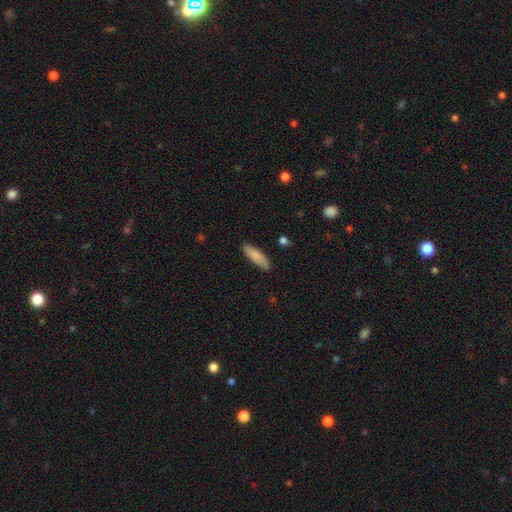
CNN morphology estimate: smooth 84%, featured or disk 10%, star or artifact 6%. Down the decision tree: how rounded — cigar-shaped (63%); merging — none (85%).